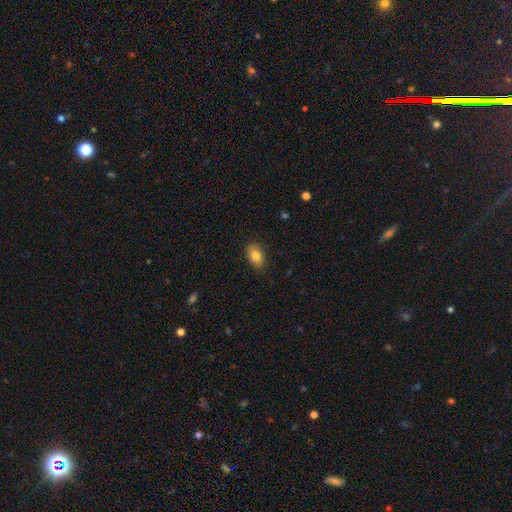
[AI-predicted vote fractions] Q: Smooth or featured?
A: smooth (83%); runner-up: featured or disk (9%)
Q: How rounded?
A: in between (90%); runner-up: round (8%)
Q: Merging?
A: none (87%); runner-up: minor disturbance (10%)